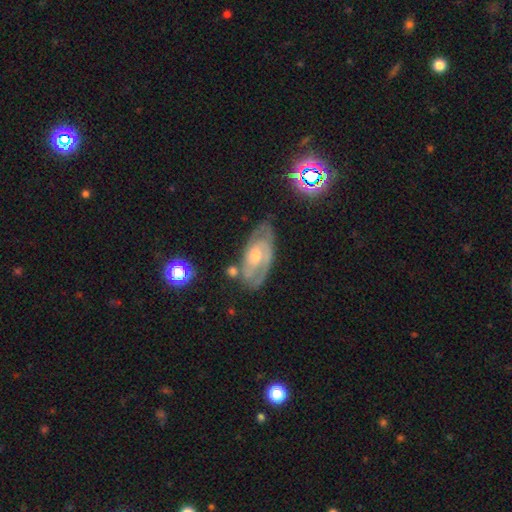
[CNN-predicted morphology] Overall: featured or disk (76%). Edge-on disk: no (92%). Bar: no (66%; weak 29%). Spiral arms: yes (85%). Spiral arm count: 2 (47%; can't tell 33%). Spiral winding: tight (56%; medium 34%). Bulge size: moderate (64%; small 28%). Merging: none (62%; minor disturbance 24%).